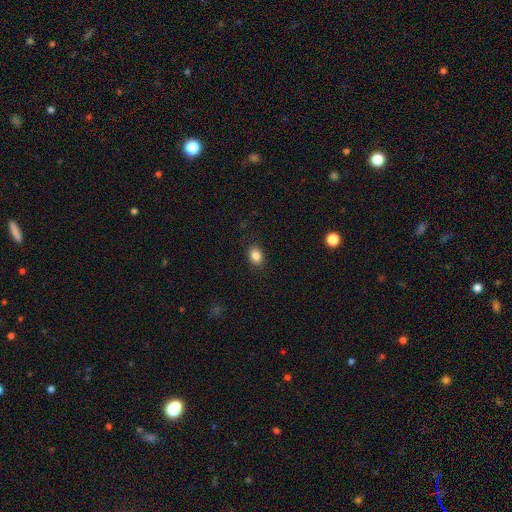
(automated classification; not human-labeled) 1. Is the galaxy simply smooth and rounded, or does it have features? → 86% smooth, 9% star or artifact, 5% featured or disk.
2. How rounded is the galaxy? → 65% in between, 34% round, 1% cigar-shaped.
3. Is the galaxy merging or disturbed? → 88% none, 8% minor disturbance, 2% major disturbance, 1% merger.